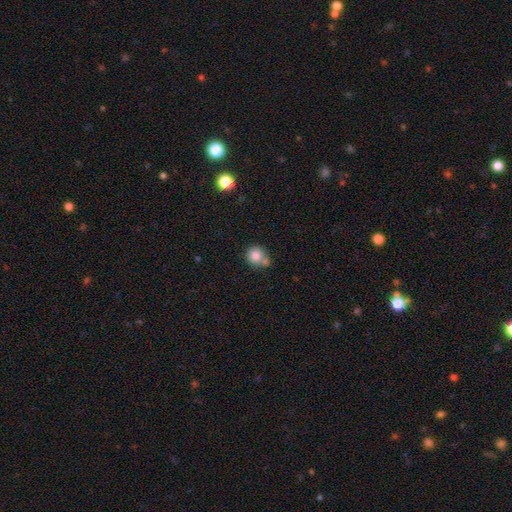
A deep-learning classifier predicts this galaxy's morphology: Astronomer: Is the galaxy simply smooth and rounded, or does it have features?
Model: smooth — 83%.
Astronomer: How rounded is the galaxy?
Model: round — 89%.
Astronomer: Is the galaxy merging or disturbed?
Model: none — 53% (runner-up: merger, 31%).